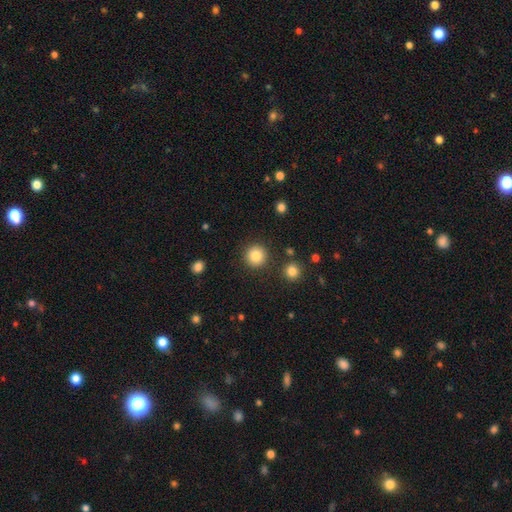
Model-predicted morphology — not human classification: This appears to be a smooth galaxy with no disk features (86%) that is round (95%). Merging: none (89%).